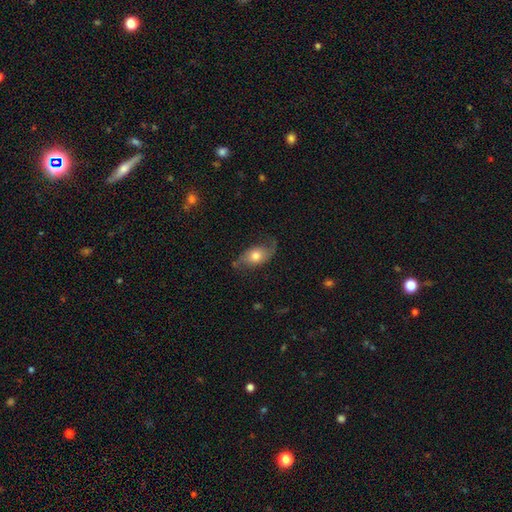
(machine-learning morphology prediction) Smooth or featured?
  - featured or disk: 59% *
  - smooth: 34%
  - star or artifact: 7%
Edge-on disk?
  - no: 91% *
  - yes: 9%
Bar?
  - no: 75% *
  - weak: 20%
  - strong: 5%
Spiral arms?
  - yes: 85% *
  - no: 15%
Bulge size?
  - moderate: 65% *
  - large: 19%
  - small: 12%
  - dominant: 2%
  - none: 1%
Merging?
  - none: 61% *
  - minor disturbance: 24%
  - major disturbance: 14%
  - merger: 2%